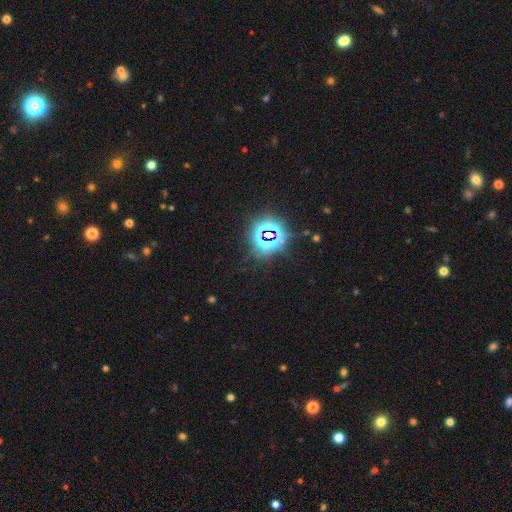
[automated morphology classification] star or artifact 80%, smooth 12%, featured or disk 8%.